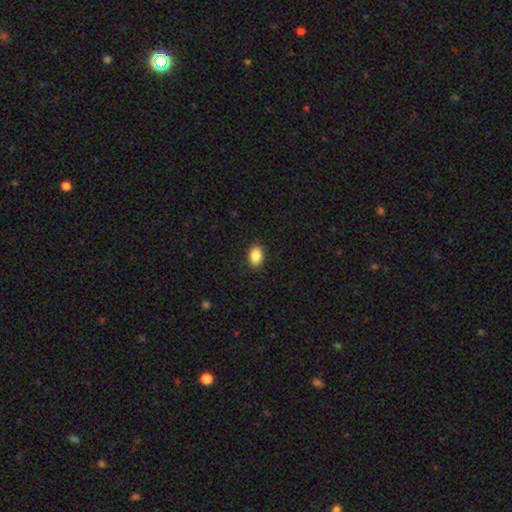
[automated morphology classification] A smooth galaxy with no disk features (87%) that is in between round and cigar-shaped (84%).

Vote fractions:
- Smooth or featured? smooth: 87% / star or artifact: 8% / featured or disk: 4%
- How rounded? in between: 84% / round: 15% / cigar-shaped: 1%
- Merging? none: 90% / minor disturbance: 8% / major disturbance: 2% / merger: 1%